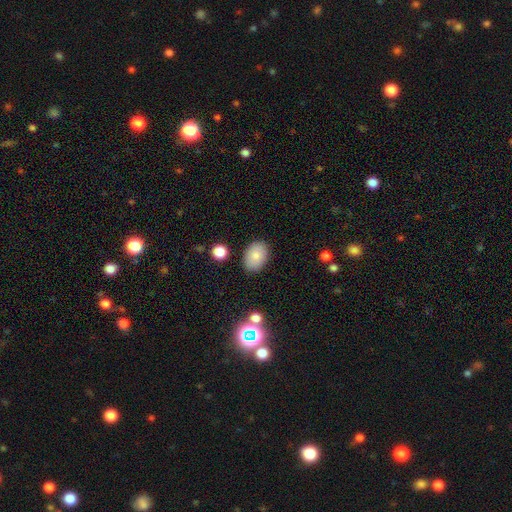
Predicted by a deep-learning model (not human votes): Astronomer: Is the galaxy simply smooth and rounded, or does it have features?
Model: smooth — 83%.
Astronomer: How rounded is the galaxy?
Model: in between — 85%.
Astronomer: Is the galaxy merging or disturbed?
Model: none — 86%.